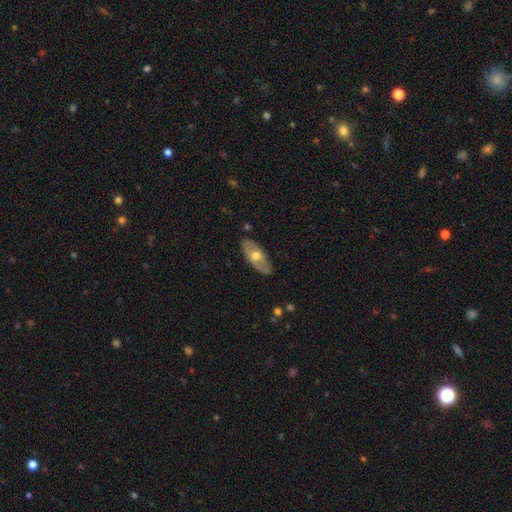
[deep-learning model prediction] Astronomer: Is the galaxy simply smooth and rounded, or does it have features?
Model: featured or disk — 54% (runner-up: smooth, 40%).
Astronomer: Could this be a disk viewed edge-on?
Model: no — 75%.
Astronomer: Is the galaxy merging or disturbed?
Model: none — 83%.